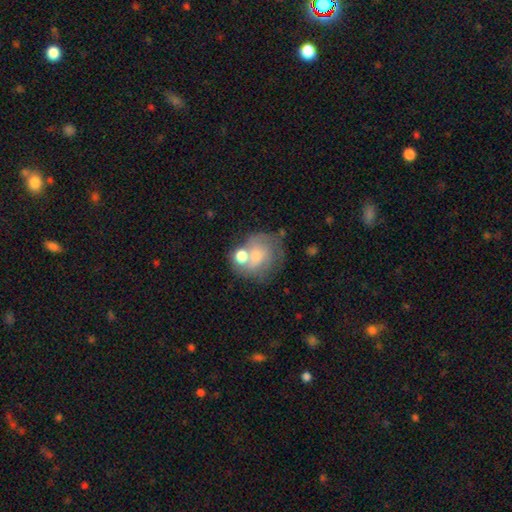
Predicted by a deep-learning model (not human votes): A smooth galaxy with no disk features (48%). Merging: none (40%).